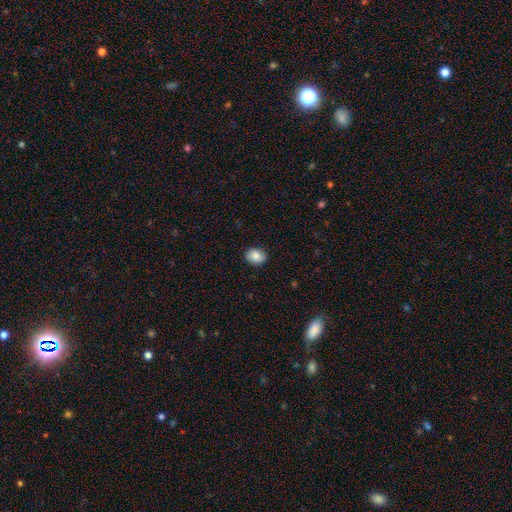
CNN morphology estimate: type=smooth (84%); roundness=in between (54%); merging=none (89%).